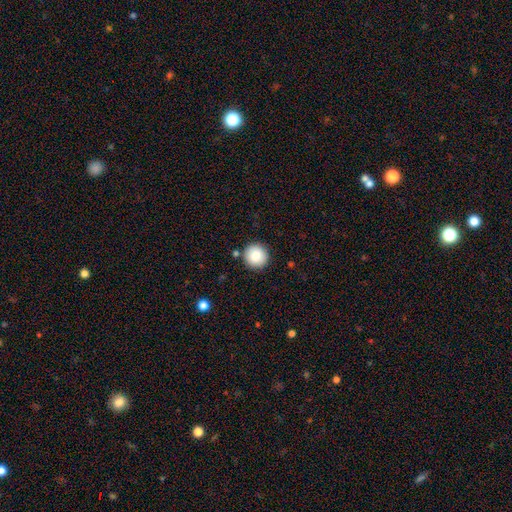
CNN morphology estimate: type=smooth (87%); roundness=round (95%); merging=none (89%).